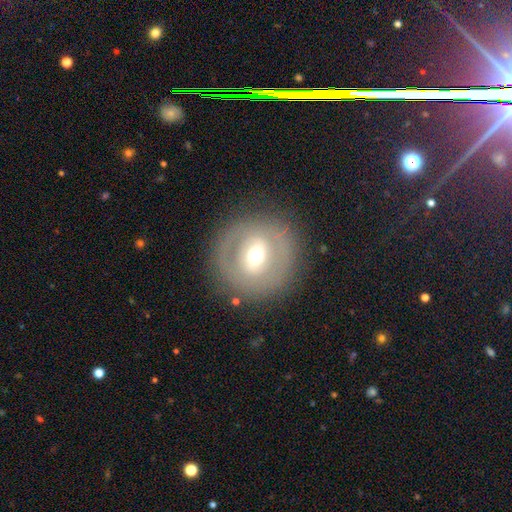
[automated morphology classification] Q: Smooth or featured?
A: featured or disk (54%); runner-up: smooth (37%)
Q: Edge-on disk?
A: no (93%); runner-up: yes (7%)
Q: Bar?
A: weak (39%); runner-up: no (35%)
Q: Spiral arms?
A: no (77%); runner-up: yes (23%)
Q: Bulge size?
A: moderate (65%); runner-up: small (25%)
Q: Merging?
A: none (83%); runner-up: minor disturbance (10%)